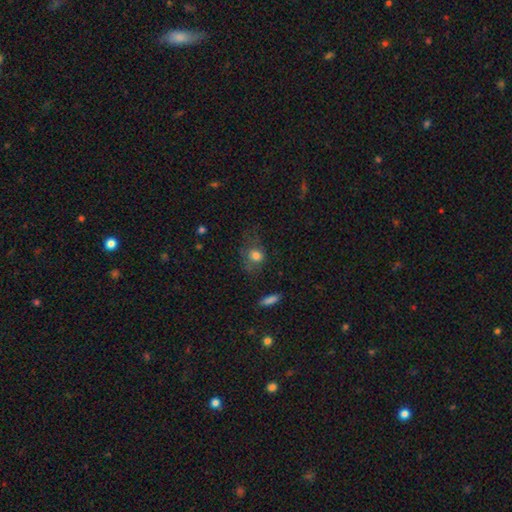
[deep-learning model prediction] A smooth galaxy with no disk features (75%) that is round (65%). Merging: none (51%).